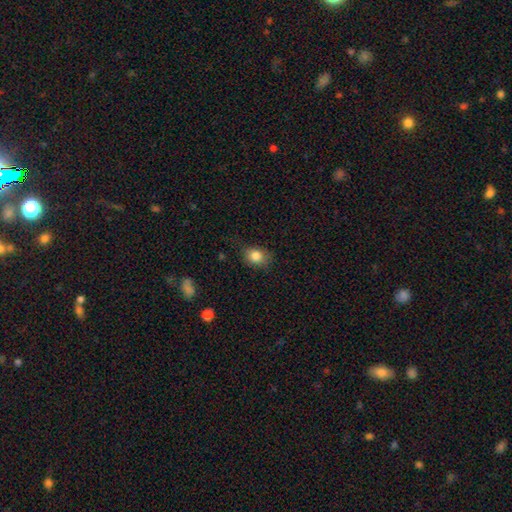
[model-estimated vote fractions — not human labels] This is clearly a smooth galaxy (84%). How rounded: possibly in between (53%). Merging: likely none (75%).